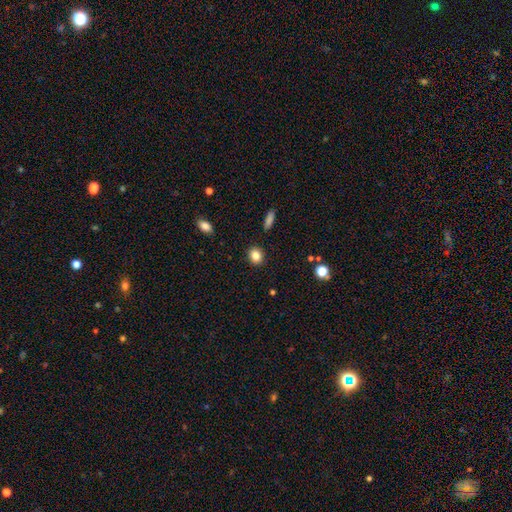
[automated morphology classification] Smooth or featured?
  - smooth: 84% *
  - star or artifact: 10%
  - featured or disk: 6%
How rounded?
  - round: 65% *
  - in between: 33%
  - cigar-shaped: 1%
Merging?
  - none: 90% *
  - minor disturbance: 6%
  - major disturbance: 2%
  - merger: 1%